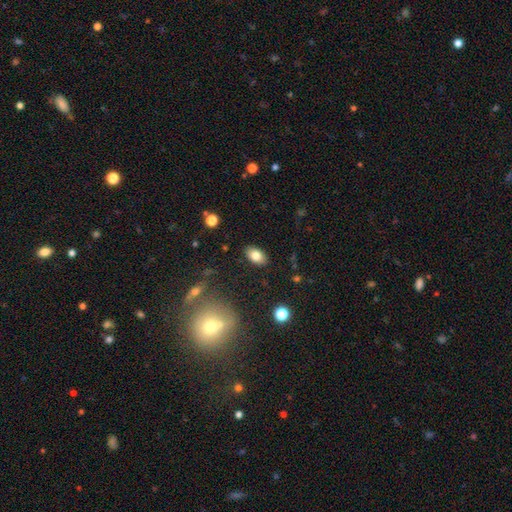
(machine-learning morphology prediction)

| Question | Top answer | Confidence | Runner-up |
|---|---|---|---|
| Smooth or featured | smooth | 80% | featured or disk (11%) |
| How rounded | in between | 90% | round (8%) |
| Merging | none | 87% | minor disturbance (9%) |